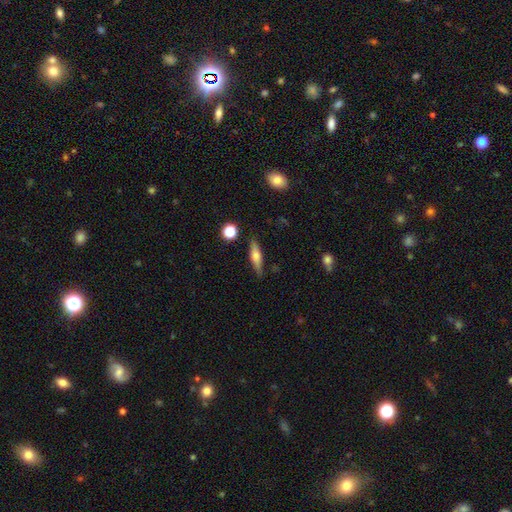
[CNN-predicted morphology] smooth-or-featured: smooth: 49% | featured or disk: 43% | star or artifact: 8%
  merging: none: 84% | minor disturbance: 11% | major disturbance: 3% | merger: 2%